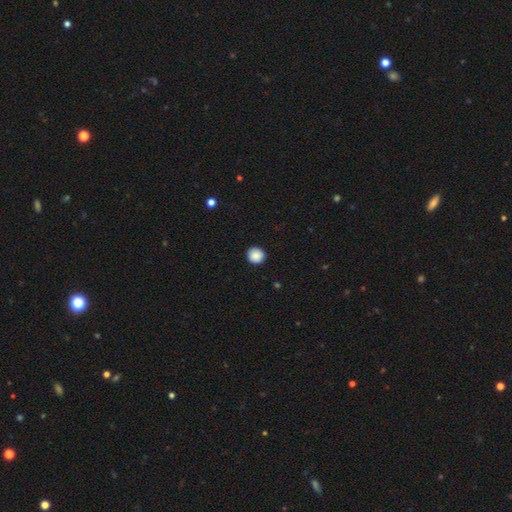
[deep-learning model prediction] The model was most divided on "smooth or featured": smooth: 87%, star or artifact: 8%, featured or disk: 4%. More confident: how rounded — round (94%); merging — none (92%).